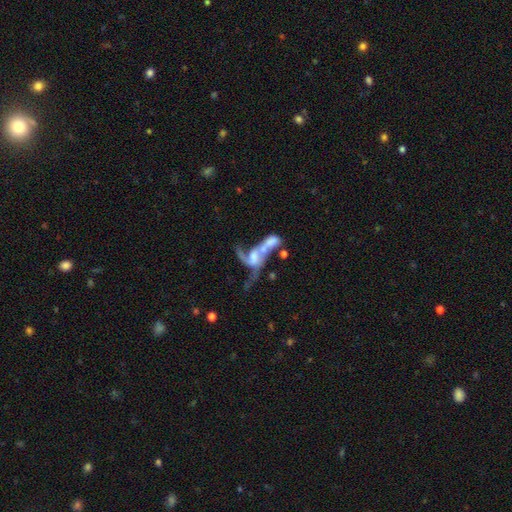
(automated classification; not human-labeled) A featured or disk galaxy (63%) with no bar (69%), spiral arms (53%) and no central bulge (39%).

Vote fractions:
- Smooth or featured? featured or disk: 63% / smooth: 26% / star or artifact: 11%
- Edge-on disk? no: 94% / yes: 6%
- Bar? no: 69% / weak: 22% / strong: 9%
- Spiral arms? yes: 53% / no: 47%
- Bulge size? none: 39% / moderate: 25% / small: 17% / large: 15% / dominant: 3%
- Merging? merger: 62% / major disturbance: 21% / none: 11% / minor disturbance: 6%